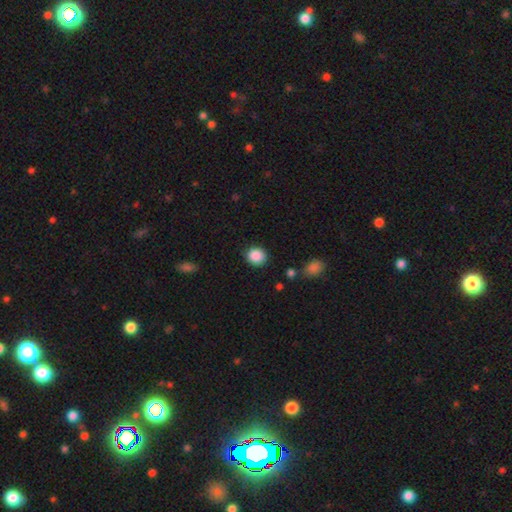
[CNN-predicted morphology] Overall: smooth (88%). How rounded: round (83%). Merging: none (87%).